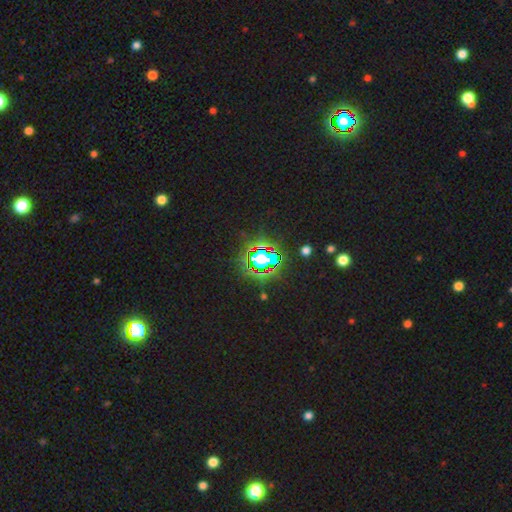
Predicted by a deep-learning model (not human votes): The model was most divided on "smooth or featured": star or artifact: 79%, smooth: 13%, featured or disk: 8%.